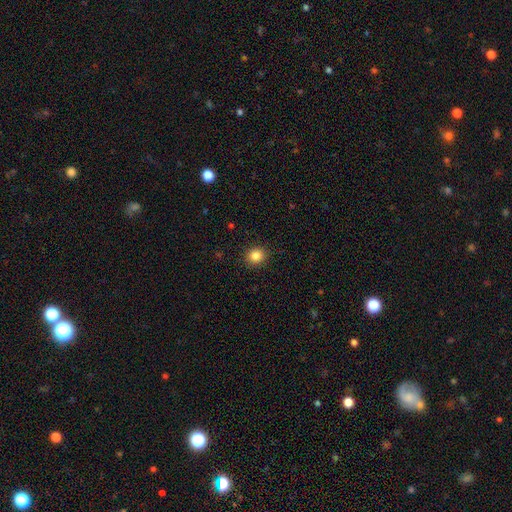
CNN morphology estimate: This is clearly a smooth galaxy (85%). How rounded: likely round (79%). Merging: clearly none (91%).